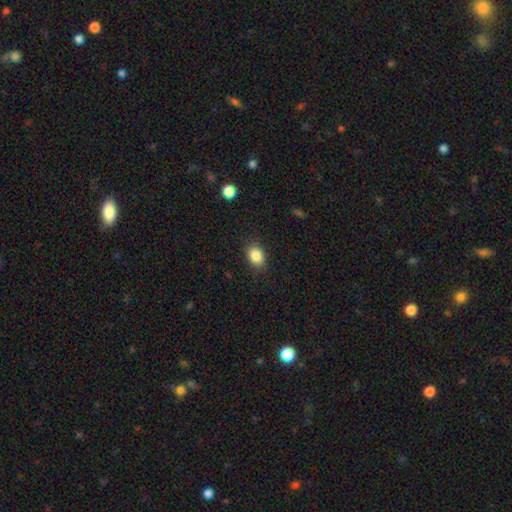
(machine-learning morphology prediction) A smooth galaxy with no disk features (87%) that is in between round and cigar-shaped (75%). Merging: none (86%).